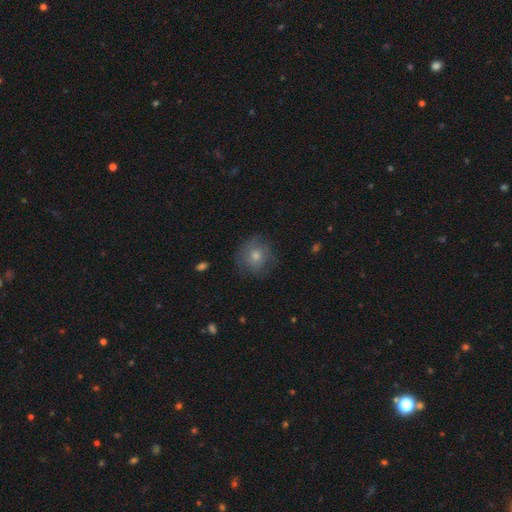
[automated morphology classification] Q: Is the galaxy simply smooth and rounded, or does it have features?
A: smooth — 56%.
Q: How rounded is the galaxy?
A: round — 89%.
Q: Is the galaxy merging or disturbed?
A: none — 77%.